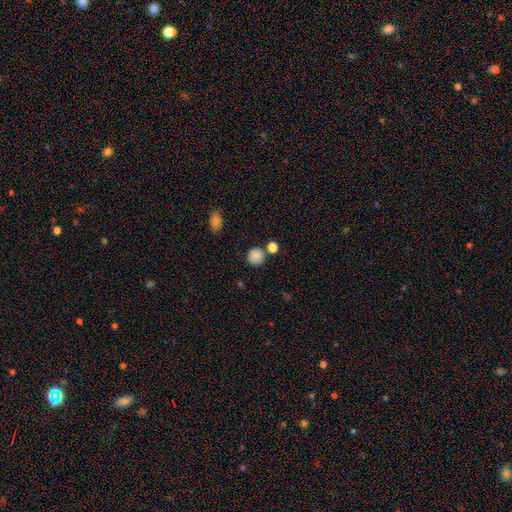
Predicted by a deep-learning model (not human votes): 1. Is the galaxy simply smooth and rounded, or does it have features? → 86% smooth, 10% star or artifact, 5% featured or disk.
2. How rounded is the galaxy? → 89% round, 10% in between, 1% cigar-shaped.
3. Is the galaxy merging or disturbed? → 76% none, 11% minor disturbance, 10% merger, 3% major disturbance.